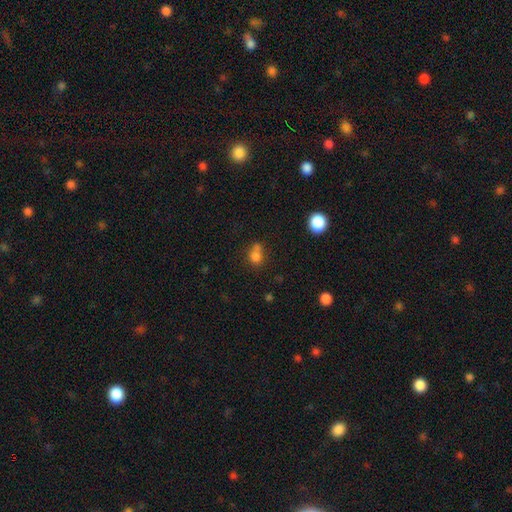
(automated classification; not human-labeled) The model was most divided on "merging": none: 42%, merger: 34%, minor disturbance: 17%, major disturbance: 7%. More confident: smooth or featured — smooth (76%); how rounded — round (61%).